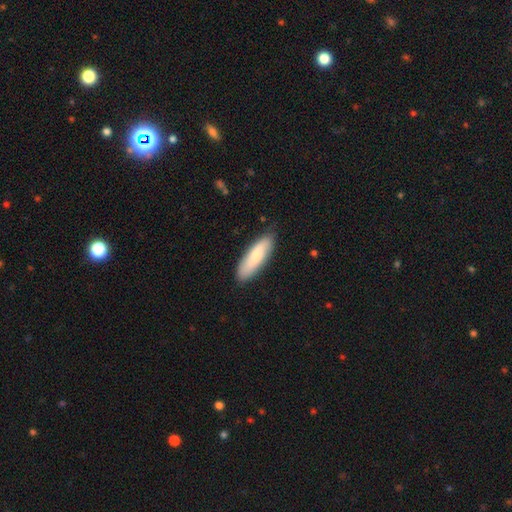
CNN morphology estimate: Smooth or featured? smooth (75%)
How rounded? cigar-shaped (54%)
Merging? none (84%)